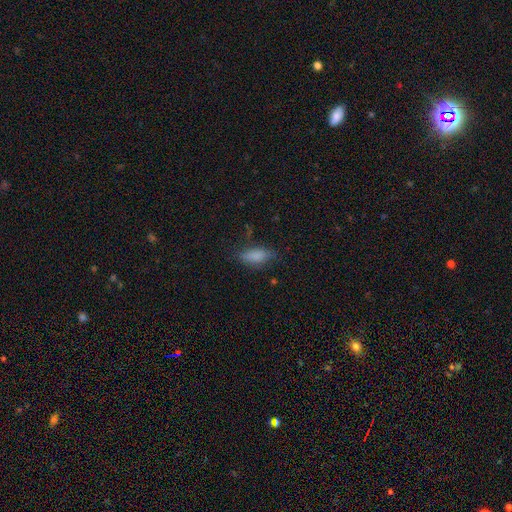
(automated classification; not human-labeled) Smooth or featured: smooth — 80% (featured or disk — 11%)
How rounded: in between — 76% (cigar-shaped — 21%)
Merging: none — 71% (minor disturbance — 21%)